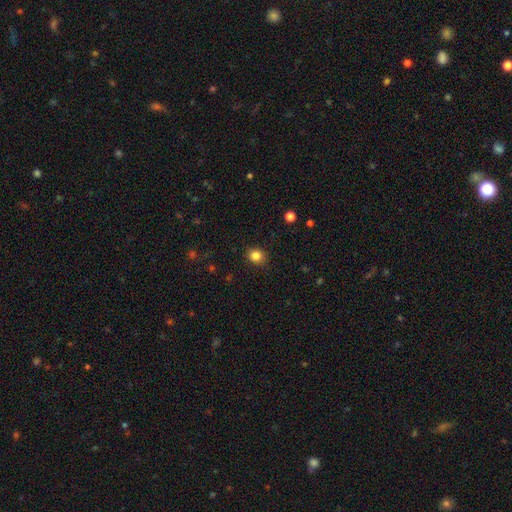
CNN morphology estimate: Q: Smooth or featured?
A: smooth (84%); runner-up: star or artifact (11%)
Q: How rounded?
A: round (75%); runner-up: in between (24%)
Q: Merging?
A: none (88%); runner-up: minor disturbance (9%)